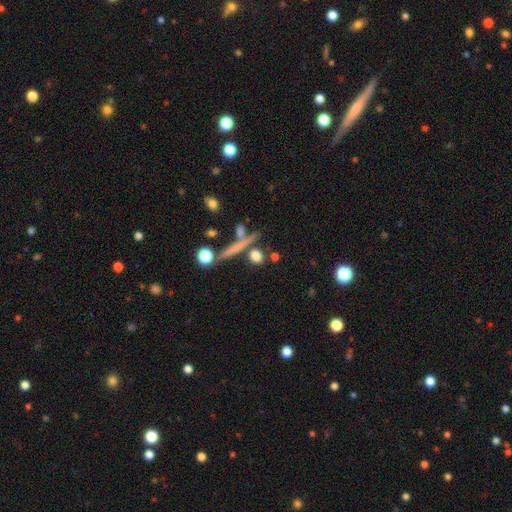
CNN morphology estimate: smooth-or-featured: smooth: 70% | featured or disk: 19% | star or artifact: 11%
  how-rounded: round: 47% | cigar-shaped: 37% | in between: 15%
  merging: none: 69% | merger: 16% | minor disturbance: 10% | major disturbance: 5%